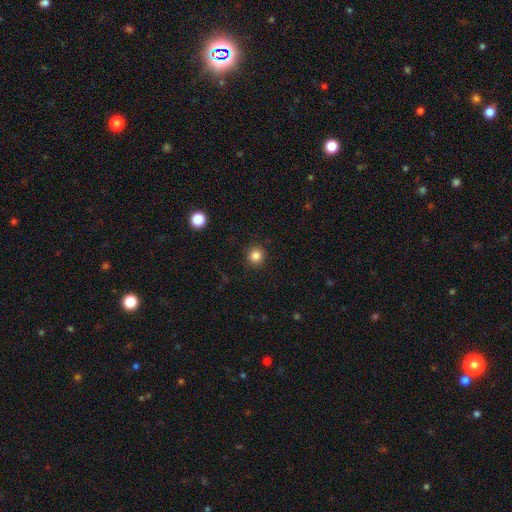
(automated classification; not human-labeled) This appears to be a smooth galaxy with no disk features (84%) that is round (94%). Merging: none (91%).